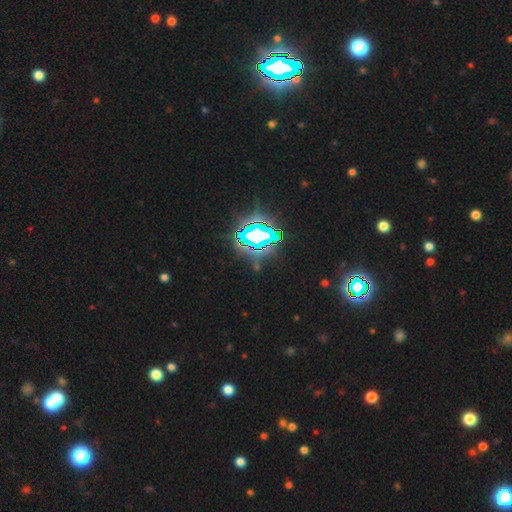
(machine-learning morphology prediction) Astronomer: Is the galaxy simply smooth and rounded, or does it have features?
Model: star or artifact — 83%.